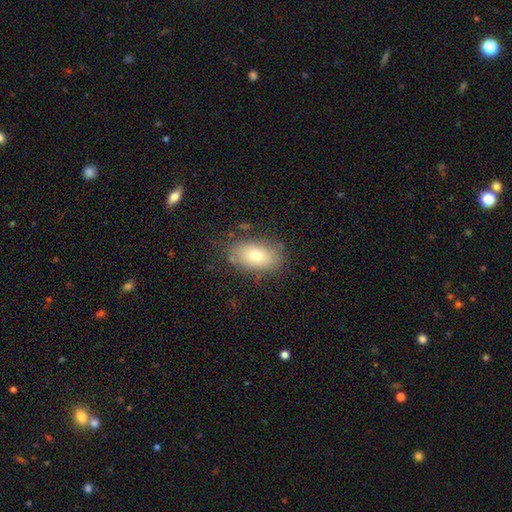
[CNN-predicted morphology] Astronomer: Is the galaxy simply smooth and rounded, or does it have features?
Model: smooth — 74%.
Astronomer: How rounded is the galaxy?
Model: in between — 90%.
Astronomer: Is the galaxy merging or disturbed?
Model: none — 79%.